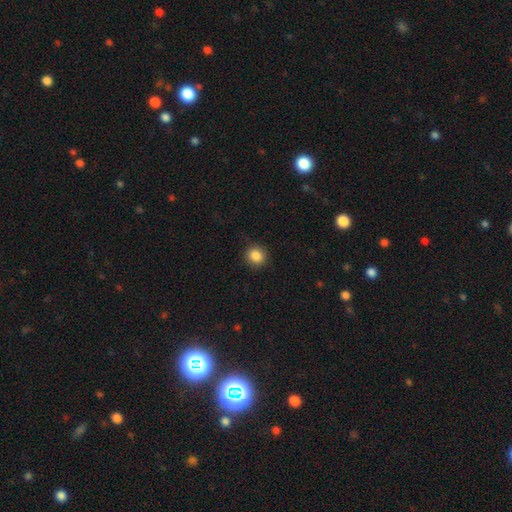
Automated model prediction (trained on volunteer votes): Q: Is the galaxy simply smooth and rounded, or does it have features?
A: smooth — 87%.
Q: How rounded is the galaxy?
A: round — 87%.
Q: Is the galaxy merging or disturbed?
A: none — 89%.